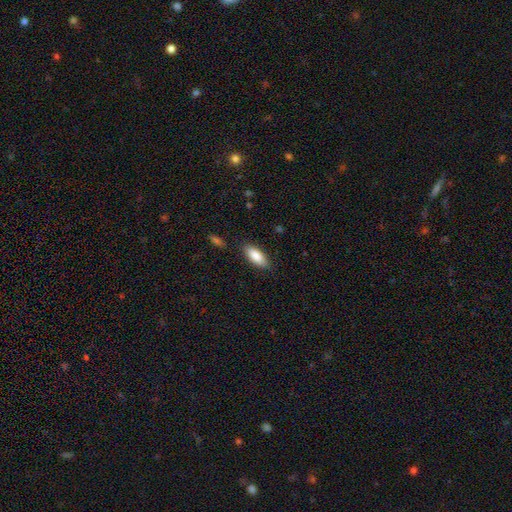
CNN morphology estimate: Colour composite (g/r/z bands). It shows a smooth galaxy with no disk features (86%) that is in between round and cigar-shaped (81%). Merging: none (86%).